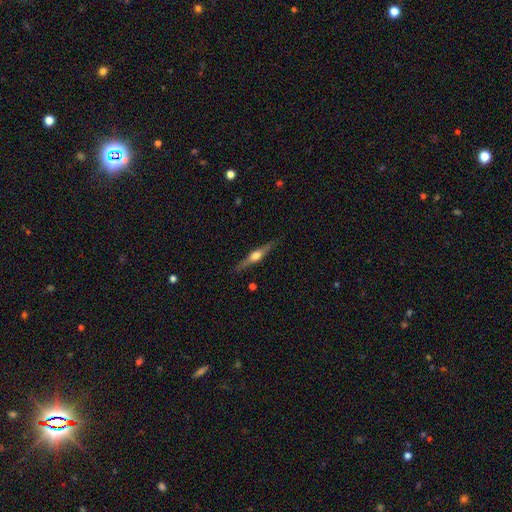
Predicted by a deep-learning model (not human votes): smooth-or-featured: featured or disk: 75% | smooth: 19% | star or artifact: 6%
  disk-edge-on: yes: 98% | no: 2%
    edge-on-bulge: rounded: 93% | boxy: 4% | none: 2%
  merging: none: 89% | minor disturbance: 8% | major disturbance: 2% | merger: 1%